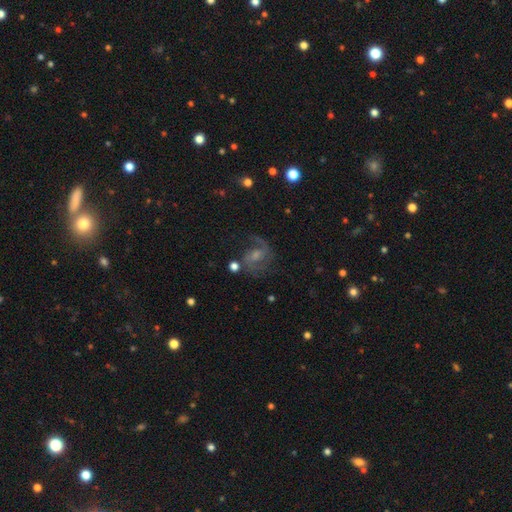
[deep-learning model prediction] Morphology: type=featured or disk (78%); edge-on=no (98%); bar=weak (51%); spiral arms=yes (93%); winding=medium (53%); arm count=2 (75%); bulge=small (40%); merging=none (61%).